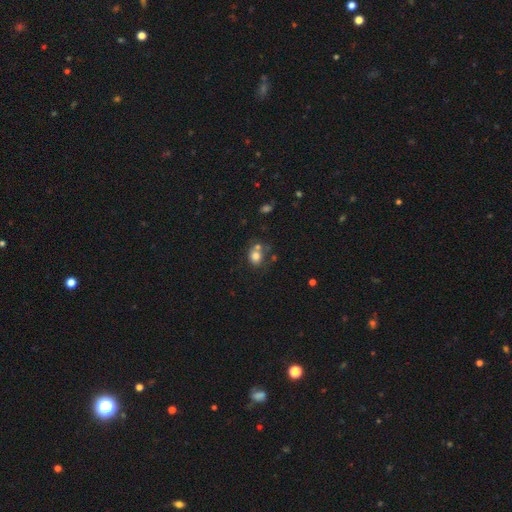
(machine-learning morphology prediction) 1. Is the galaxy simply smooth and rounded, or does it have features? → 76% smooth, 12% featured or disk, 12% star or artifact.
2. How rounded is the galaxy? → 62% round, 37% in between, 1% cigar-shaped.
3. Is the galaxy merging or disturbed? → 48% none, 29% merger, 15% minor disturbance, 7% major disturbance.